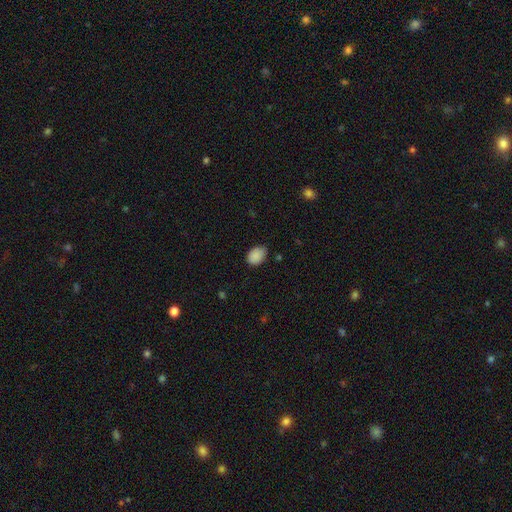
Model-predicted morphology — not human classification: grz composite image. It shows a smooth galaxy with no disk features (88%) that is in between round and cigar-shaped (75%). Merging: none (70%).